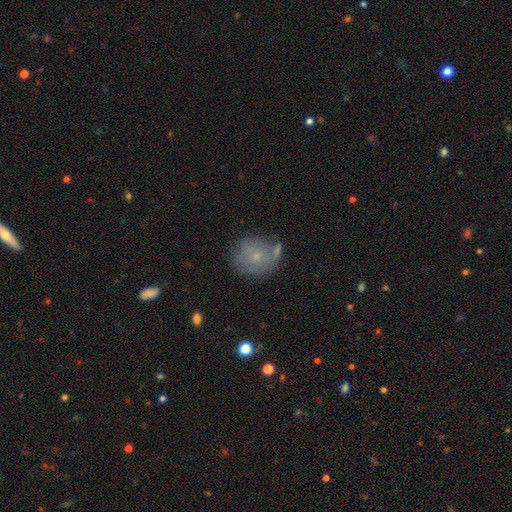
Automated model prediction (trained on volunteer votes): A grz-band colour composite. It shows a smooth galaxy with no disk features (57%) that is round (72%). Merging: none (59%).